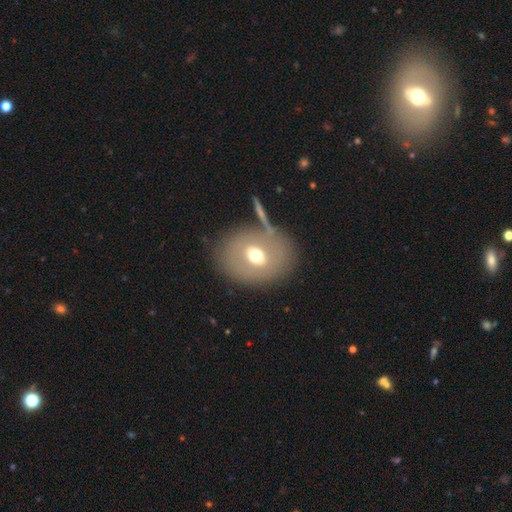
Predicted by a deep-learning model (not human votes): Q: Smooth or featured?
A: smooth (54%); runner-up: featured or disk (37%)
Q: How rounded?
A: in between (54%); runner-up: round (44%)
Q: Merging?
A: none (70%); runner-up: minor disturbance (13%)